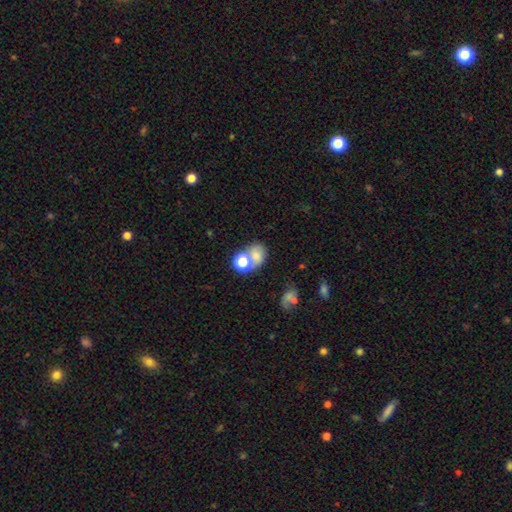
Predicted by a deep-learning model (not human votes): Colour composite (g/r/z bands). It shows a smooth galaxy with no disk features (68%) that is round (51%). Merging: merger (44%).